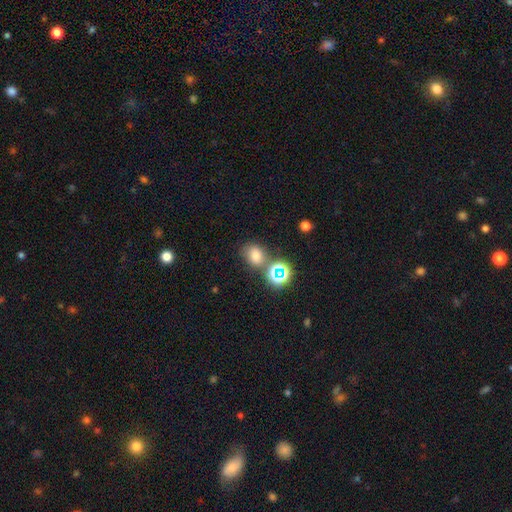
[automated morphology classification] A smooth galaxy with no disk features (69%) that is round (52%).

Vote fractions:
- Smooth or featured? smooth: 69% / star or artifact: 23% / featured or disk: 8%
- How rounded? round: 52% / in between: 47% / cigar-shaped: 1%
- Merging? none: 65% / merger: 16% / minor disturbance: 14% / major disturbance: 5%